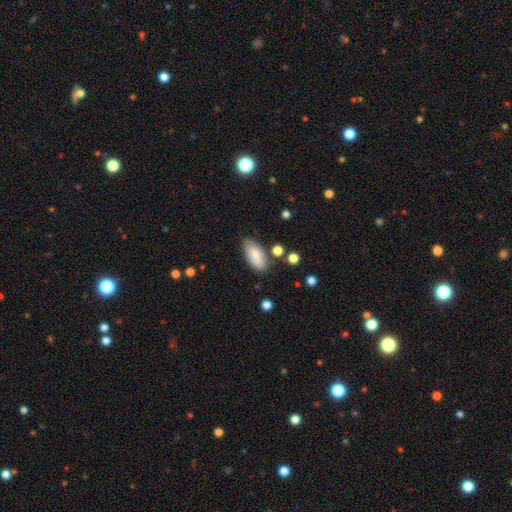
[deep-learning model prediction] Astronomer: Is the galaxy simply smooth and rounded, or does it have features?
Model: smooth — 81%.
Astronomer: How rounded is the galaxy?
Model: in between — 83%.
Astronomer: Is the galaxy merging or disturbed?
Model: none — 77%.